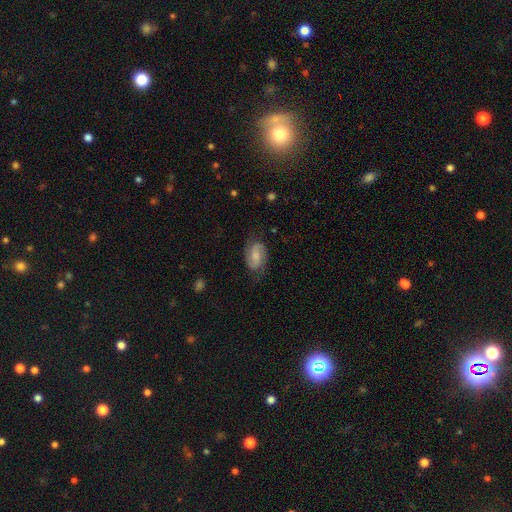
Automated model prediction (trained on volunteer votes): The model was most divided on "bulge size" (2-way tie): small: 34%, moderate: 34%, none: 23%, large: 7%, dominant: 2%. Remaining: edge-on disk — no (97%); spiral arms — yes (94%); spiral arm count — 2 (89%); merging — none (75%); smooth or featured — featured or disk (68%); spiral winding — medium (49%); bar — weak (47%).